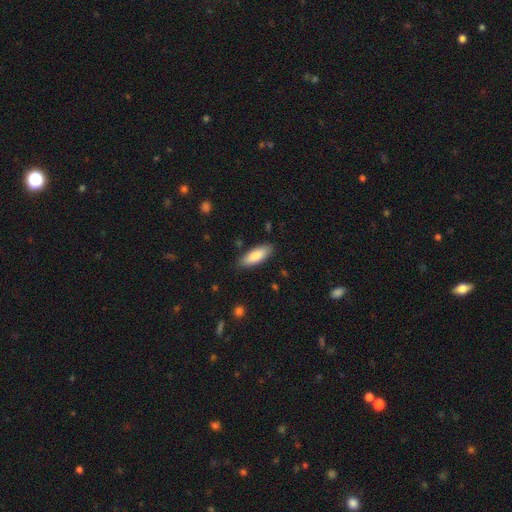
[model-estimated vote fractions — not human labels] Smooth or featured? Predicted: smooth (p=0.85). How rounded? Predicted: in between (p=0.68). Merging? Predicted: none (p=0.86).